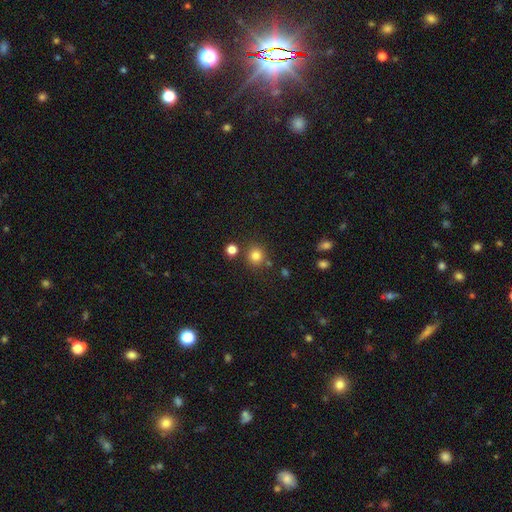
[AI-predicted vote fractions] Morphology: type=smooth (81%); roundness=round (91%); merging=none (80%).